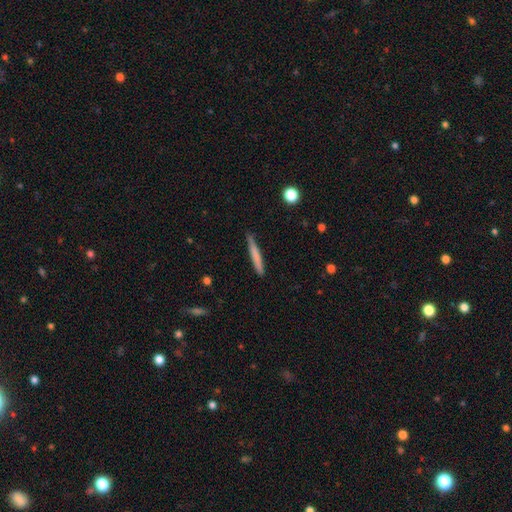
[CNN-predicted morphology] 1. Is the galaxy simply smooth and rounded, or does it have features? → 69% smooth, 25% featured or disk, 6% star or artifact.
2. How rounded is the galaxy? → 96% cigar-shaped, 3% in between, 1% round.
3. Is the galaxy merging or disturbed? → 85% none, 12% minor disturbance, 2% major disturbance, 1% merger.